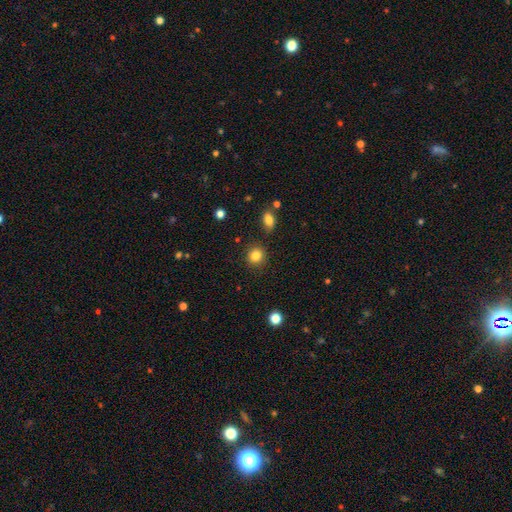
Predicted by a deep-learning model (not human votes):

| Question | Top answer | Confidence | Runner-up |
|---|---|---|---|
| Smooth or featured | smooth | 84% | star or artifact (11%) |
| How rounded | round | 87% | in between (13%) |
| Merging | none | 89% | minor disturbance (7%) |